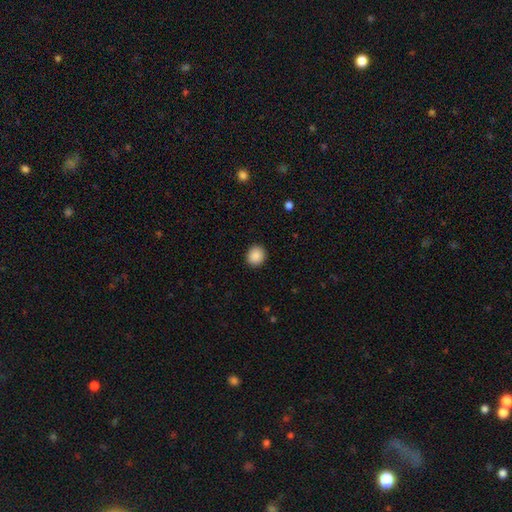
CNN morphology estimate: This is clearly a smooth galaxy (89%). How rounded: clearly round (85%). Merging: clearly none (91%).